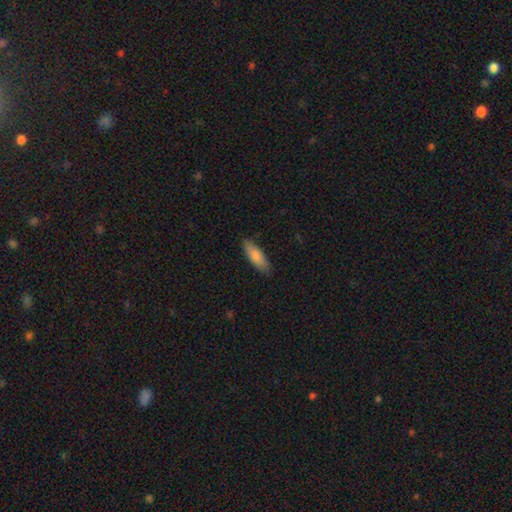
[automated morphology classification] This is clearly a smooth galaxy (80%). How rounded: possibly in between (55%). Merging: clearly none (86%).